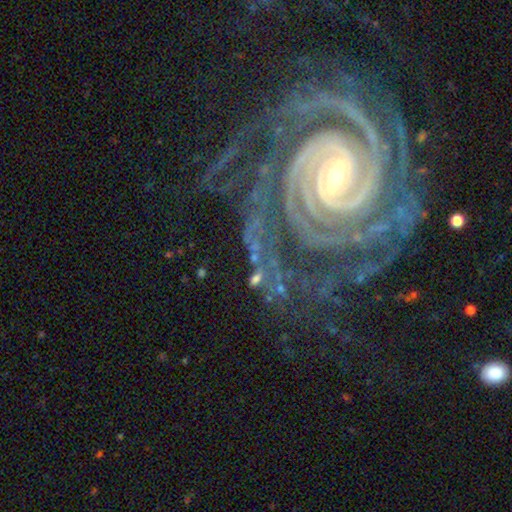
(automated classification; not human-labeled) Smooth or featured? Predicted: featured or disk (p=0.89). Edge-on disk? Predicted: no (p=0.97). Bar? Predicted: strong (p=0.48). Spiral arms? Predicted: yes (p=0.98). Spiral winding? Predicted: tight (p=0.83). Spiral arm count? Predicted: 4 (p=0.23). Bulge size? Predicted: small (p=0.59). Merging? Predicted: none (p=0.68).